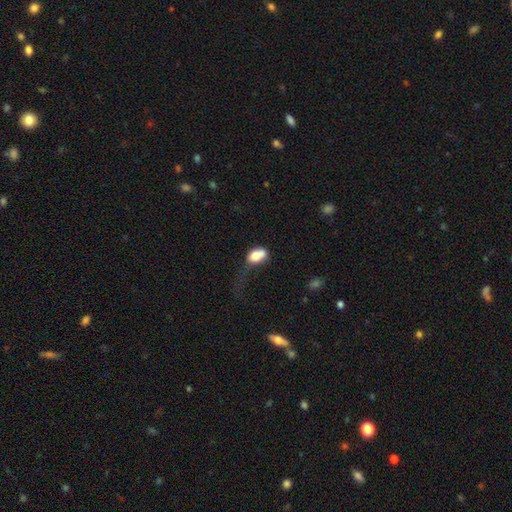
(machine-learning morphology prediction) type=smooth (72%); roundness=in between (73%); merging=merger (31%).